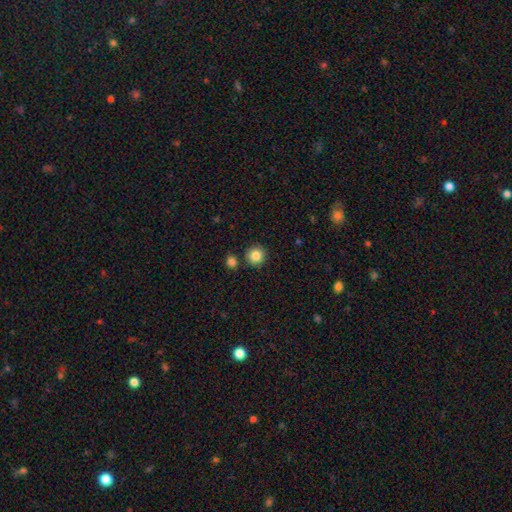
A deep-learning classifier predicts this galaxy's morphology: A smooth galaxy with no disk features (86%) that is round (94%).

Vote fractions:
- Smooth or featured? smooth: 86% / star or artifact: 10% / featured or disk: 5%
- How rounded? round: 94% / in between: 5% / cigar-shaped: 1%
- Merging? none: 86% / minor disturbance: 6% / merger: 6% / major disturbance: 2%